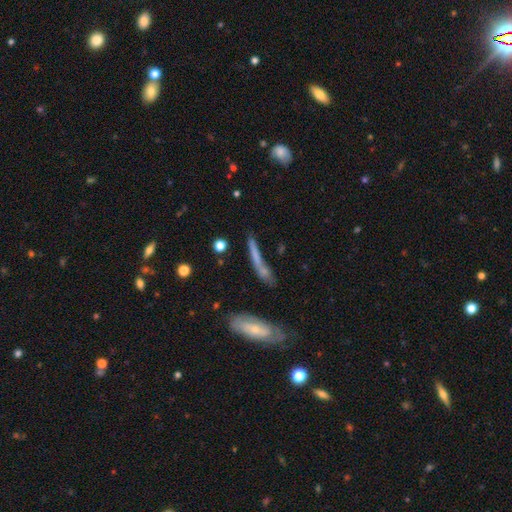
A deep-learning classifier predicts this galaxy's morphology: Smooth or featured?
  - smooth: 56% *
  - featured or disk: 34%
  - star or artifact: 9%
How rounded?
  - cigar-shaped: 89% *
  - in between: 8%
  - round: 3%
Merging?
  - none: 56% *
  - minor disturbance: 18%
  - merger: 16%
  - major disturbance: 10%